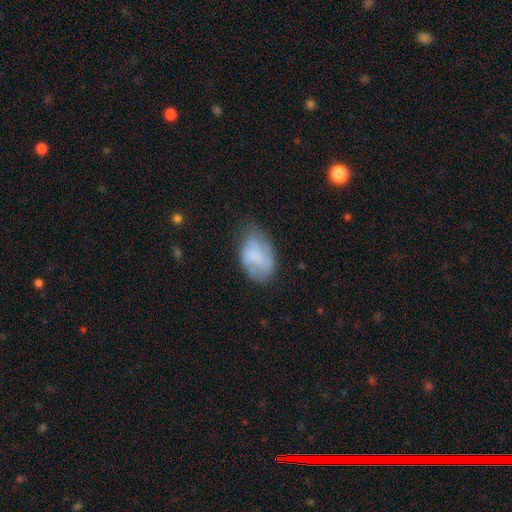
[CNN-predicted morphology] smooth-or-featured: smooth: 58% | featured or disk: 34% | star or artifact: 8%
  how-rounded: in between: 89% | round: 10% | cigar-shaped: 1%
  merging: none: 44% | minor disturbance: 37% | major disturbance: 17% | merger: 3%